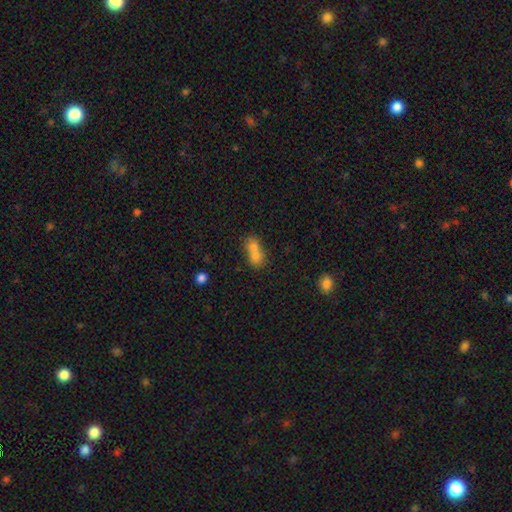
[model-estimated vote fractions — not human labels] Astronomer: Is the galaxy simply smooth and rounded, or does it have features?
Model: smooth — 73%.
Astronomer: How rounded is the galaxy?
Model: round — 53% (runner-up: in between, 45%).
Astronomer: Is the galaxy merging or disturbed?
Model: merger — 71%.